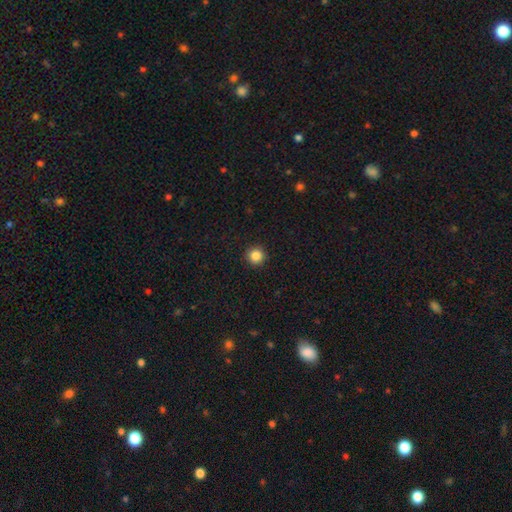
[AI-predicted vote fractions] Smooth or featured?
  - smooth: 86% *
  - star or artifact: 10%
  - featured or disk: 4%
How rounded?
  - round: 96% *
  - in between: 4%
  - cigar-shaped: 1%
Merging?
  - none: 92% *
  - minor disturbance: 5%
  - major disturbance: 2%
  - merger: 1%